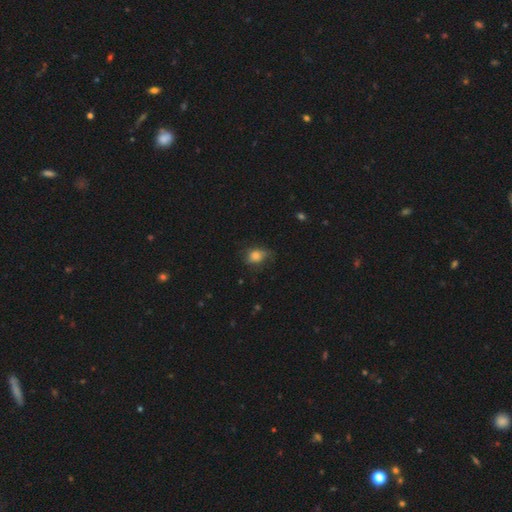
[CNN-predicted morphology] Smooth or featured? smooth (75%)
How rounded? in between (64%)
Merging? none (52%)